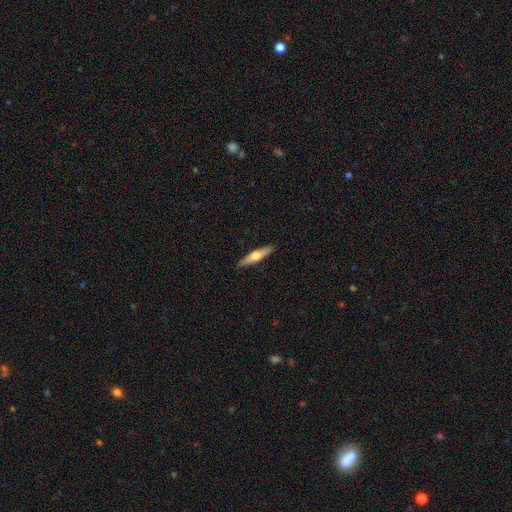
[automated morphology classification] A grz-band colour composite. It shows a smooth galaxy with no disk features (48%). Merging: none (91%).